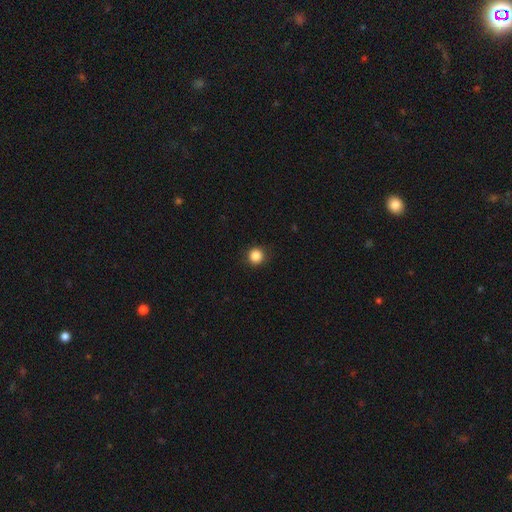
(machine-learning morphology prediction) type=smooth (86%); roundness=round (94%); merging=none (91%).